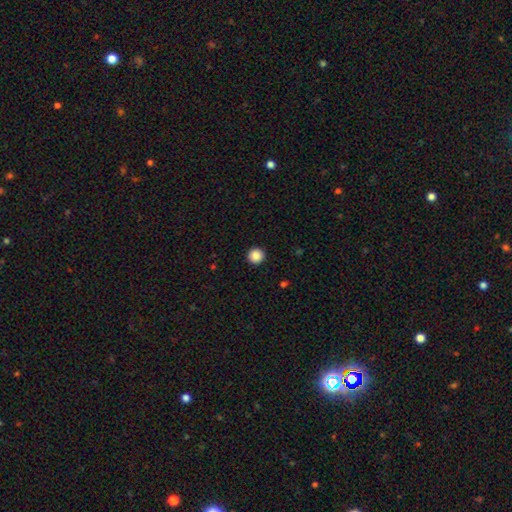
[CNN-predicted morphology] Smooth or featured: smooth — 88% (star or artifact — 9%)
How rounded: round — 96% (in between — 3%)
Merging: none — 94% (minor disturbance — 4%)